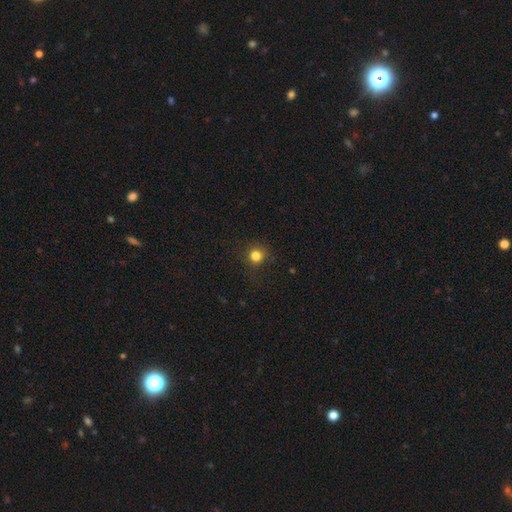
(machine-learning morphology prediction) smooth_or_featured: smooth (p=0.81) [alt: star or artifact p=0.14]
how_rounded: round (p=0.92) [alt: in between p=0.07]
merging: none (p=0.86) [alt: minor disturbance p=0.09]